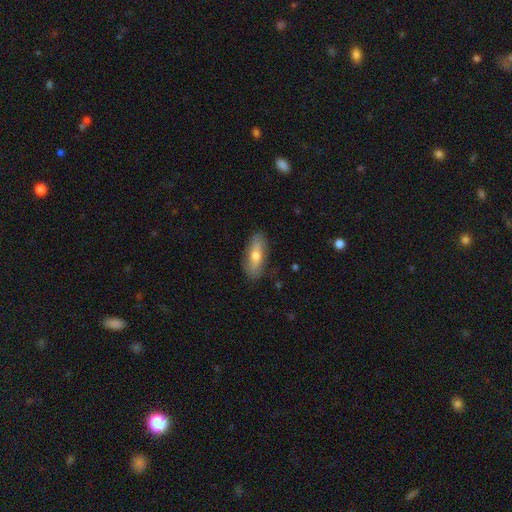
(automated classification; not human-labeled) smooth_or_featured: smooth (p=0.55) [alt: featured or disk p=0.38]
how_rounded: in between (p=0.64) [alt: cigar-shaped p=0.33]
merging: none (p=0.84) [alt: minor disturbance p=0.12]